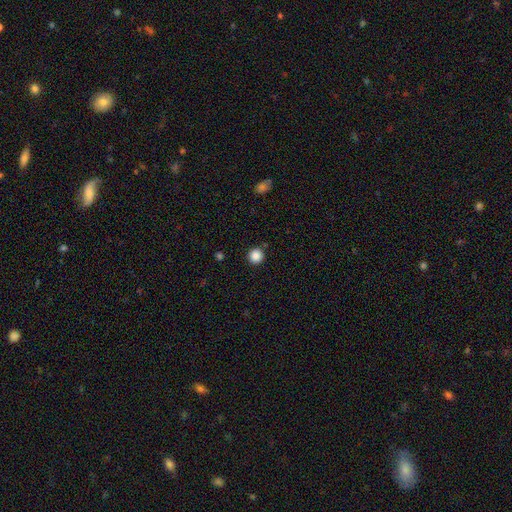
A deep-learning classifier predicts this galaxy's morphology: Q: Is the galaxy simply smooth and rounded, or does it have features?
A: smooth — 87%.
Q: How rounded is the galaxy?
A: round — 96%.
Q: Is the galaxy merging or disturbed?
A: none — 90%.